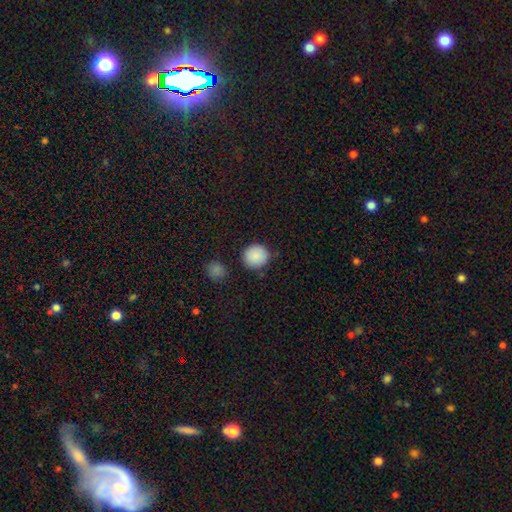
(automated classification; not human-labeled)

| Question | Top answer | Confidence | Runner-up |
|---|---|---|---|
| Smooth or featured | smooth | 89% | star or artifact (8%) |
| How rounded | round | 90% | in between (9%) |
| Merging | none | 84% | minor disturbance (10%) |